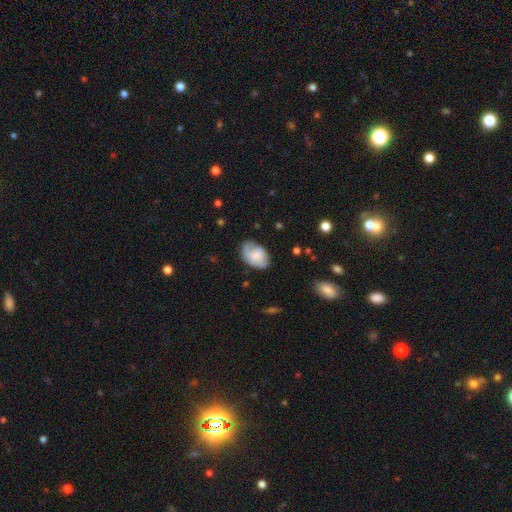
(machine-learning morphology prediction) A smooth galaxy with no disk features (59%) that is in between round and cigar-shaped (84%). Merging: none (60%).